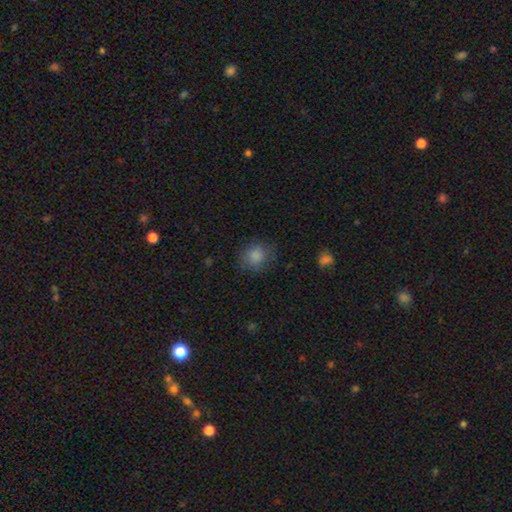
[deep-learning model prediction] Overall: smooth (85%). How rounded: round (80%). Merging: none (78%).